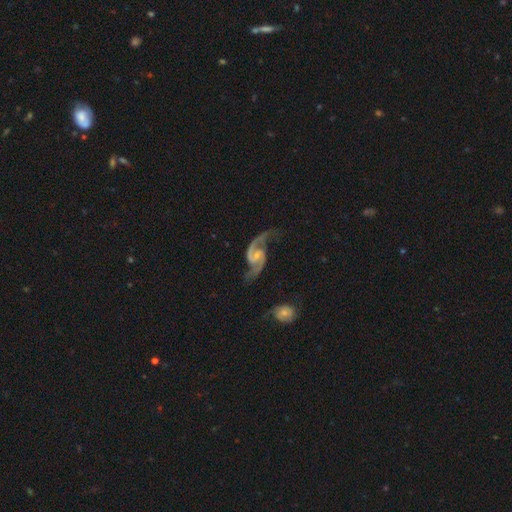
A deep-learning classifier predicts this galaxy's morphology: The model was most divided on "spiral winding": medium: 48%, loose: 42%, tight: 9%. Remaining: spiral arms — yes (98%); edge-on disk — no (98%); spiral arm count — 2 (94%); smooth or featured — featured or disk (93%); merging — none (67%); bulge size — small (63%); bar — weak (47%).